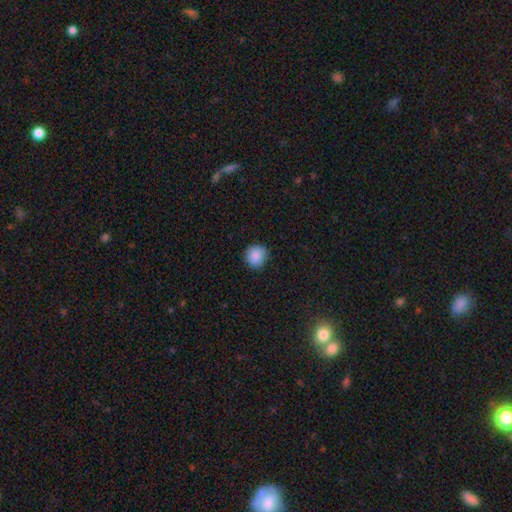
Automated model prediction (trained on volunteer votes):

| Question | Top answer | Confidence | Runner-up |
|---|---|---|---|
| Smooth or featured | smooth | 88% | star or artifact (9%) |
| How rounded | round | 91% | in between (8%) |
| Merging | none | 87% | minor disturbance (10%) |